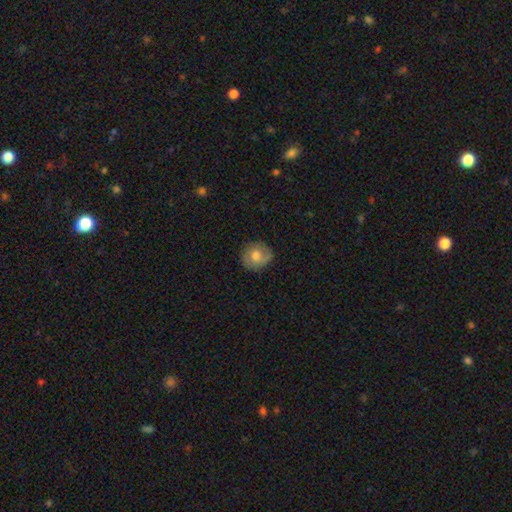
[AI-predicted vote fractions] Smooth or featured? smooth (62%)
How rounded? round (83%)
Merging? none (77%)